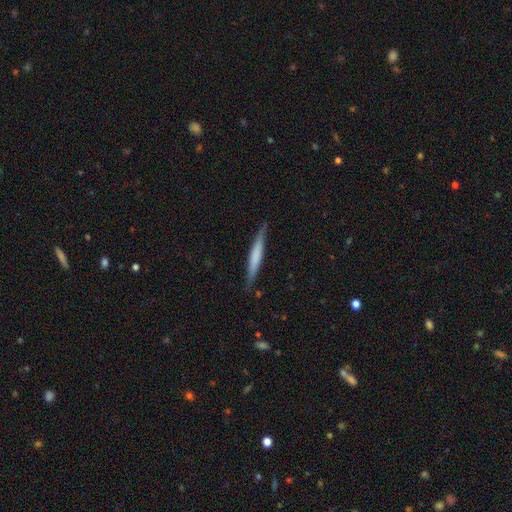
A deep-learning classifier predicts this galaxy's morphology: smooth-or-featured: smooth: 56% | featured or disk: 38% | star or artifact: 5%
  how-rounded: cigar-shaped: 95% | in between: 4% | round: 1%
  merging: none: 85% | minor disturbance: 11% | major disturbance: 2% | merger: 1%